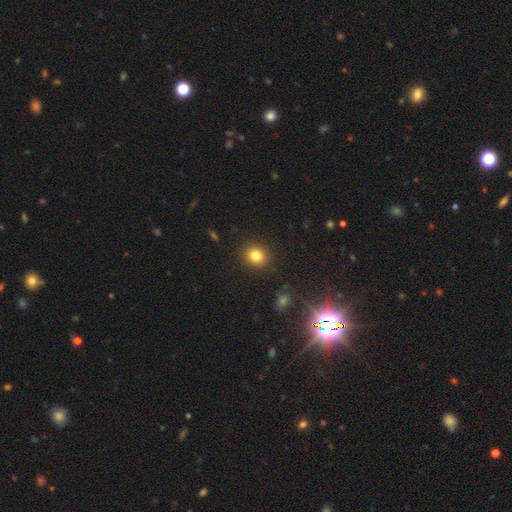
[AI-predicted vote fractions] Smooth or featured: smooth — 81% (star or artifact — 13%)
How rounded: round — 80% (in between — 19%)
Merging: none — 90% (minor disturbance — 6%)